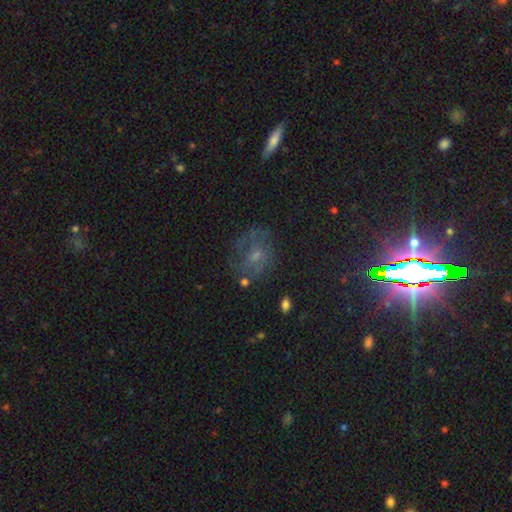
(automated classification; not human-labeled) Smooth or featured? Predicted: featured or disk (p=0.42). Merging? Predicted: none (p=0.63).